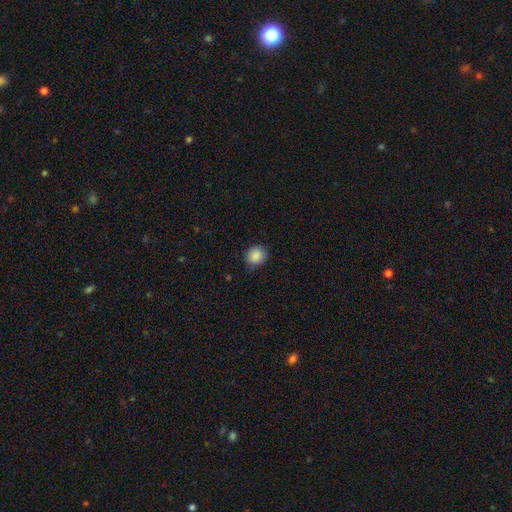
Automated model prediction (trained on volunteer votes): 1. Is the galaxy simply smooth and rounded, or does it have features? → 88% smooth, 9% star or artifact, 3% featured or disk.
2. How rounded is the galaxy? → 84% round, 15% in between, 1% cigar-shaped.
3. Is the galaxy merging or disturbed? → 82% none, 14% minor disturbance, 3% major disturbance, 1% merger.